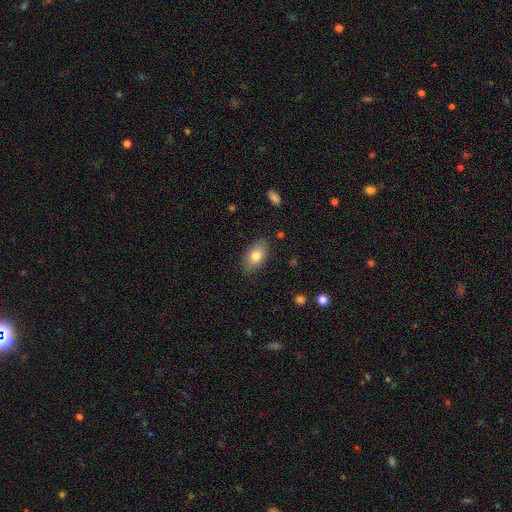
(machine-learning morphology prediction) smooth 79%, featured or disk 14%, star or artifact 7%. Down the decision tree: how rounded — in between (92%); merging — none (84%).